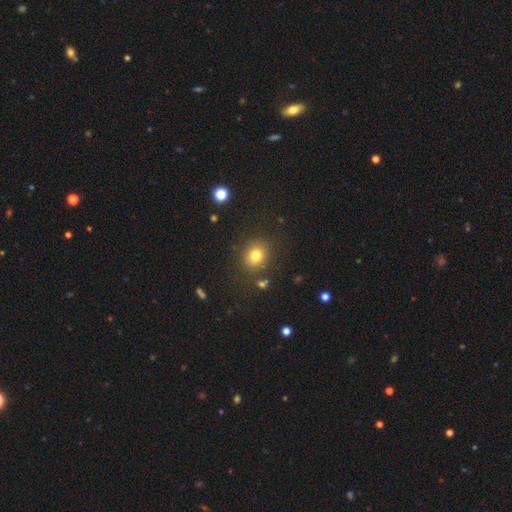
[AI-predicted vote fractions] This is likely a smooth galaxy (78%). How rounded: likely round (75%). Merging: clearly none (83%).